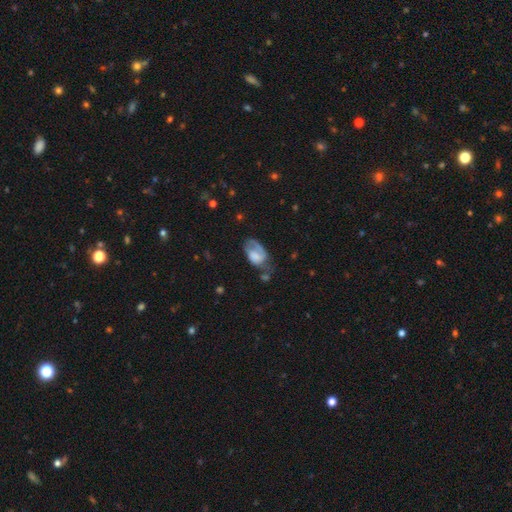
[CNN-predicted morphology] Smooth or featured: smooth — 47% (featured or disk — 45%)
Merging: none — 33% (major disturbance — 32%)